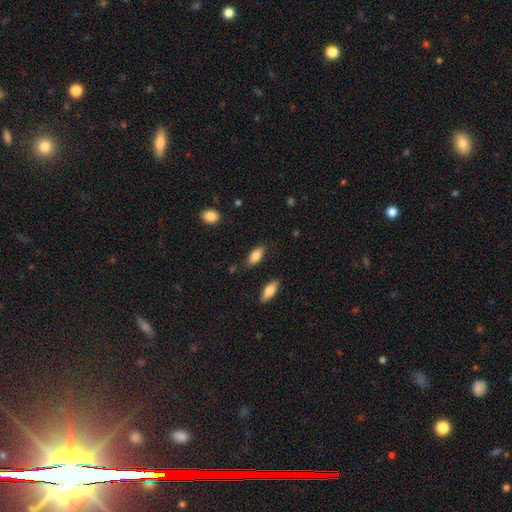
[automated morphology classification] The model was most divided on "merging": none: 80%, minor disturbance: 14%, major disturbance: 3%, merger: 2%. More confident: how rounded — in between (86%); smooth or featured — smooth (82%).